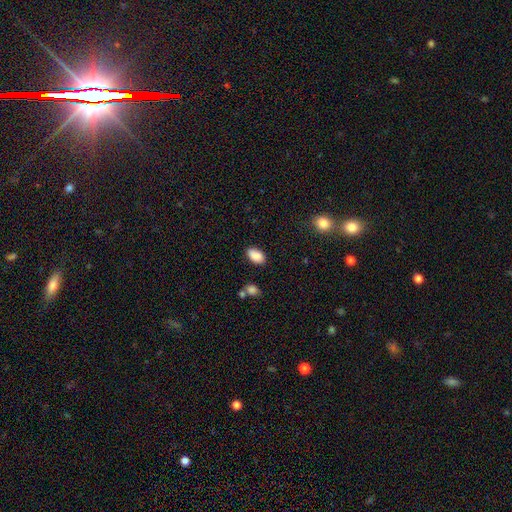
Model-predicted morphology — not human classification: type=smooth (88%); roundness=in between (93%); merging=none (83%).